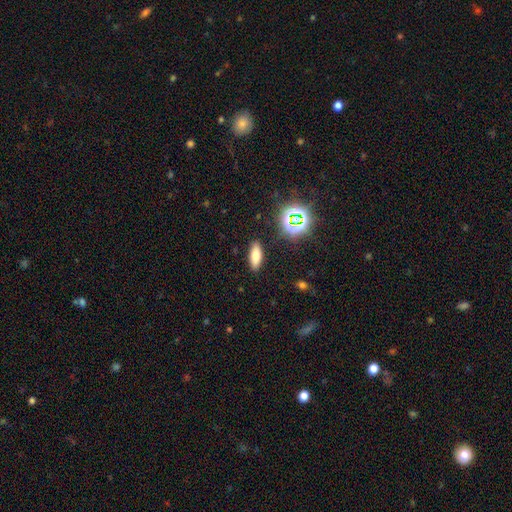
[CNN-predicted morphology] This appears to be a smooth galaxy with no disk features (71%) that is in between round and cigar-shaped (64%). Merging: none (88%).